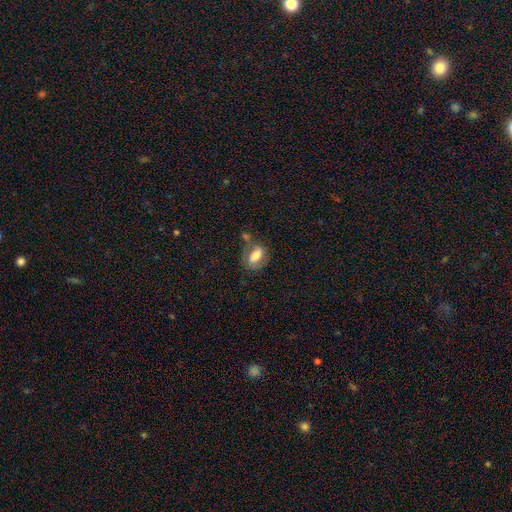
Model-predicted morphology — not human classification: A smooth galaxy with no disk features (67%) that is in between round and cigar-shaped (85%). Merging: none (52%).